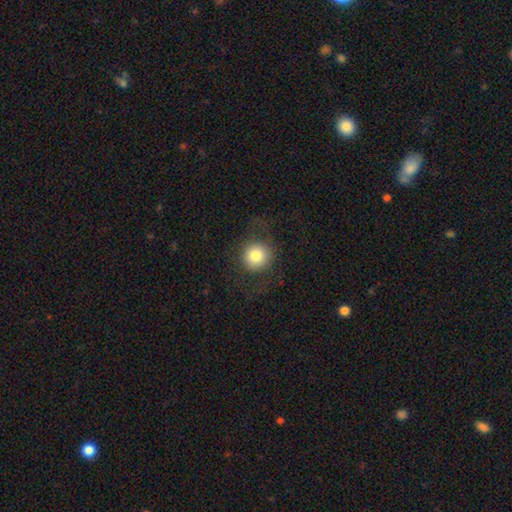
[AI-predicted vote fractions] A smooth galaxy with no disk features (77%) that is round (91%). Merging: none (75%).